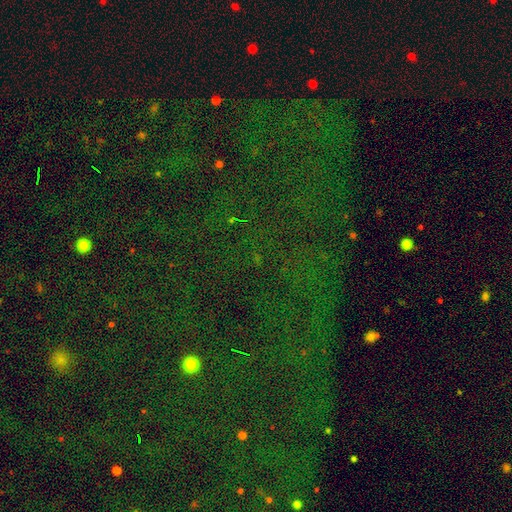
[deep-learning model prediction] A star or artifact, not a galaxy (80%).

Vote fractions:
- Smooth or featured? star or artifact: 80% / smooth: 11% / featured or disk: 9%